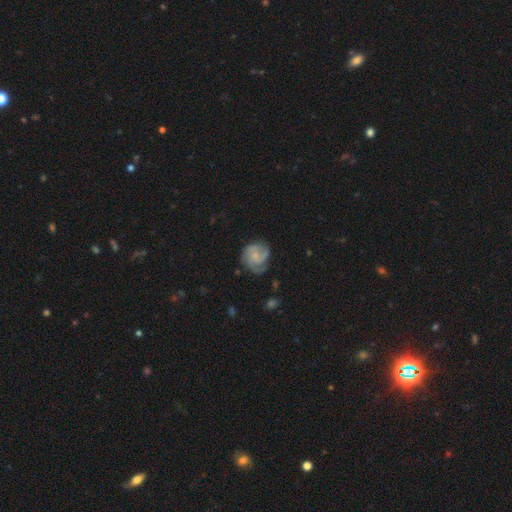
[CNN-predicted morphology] The model was most divided on "spiral winding": tight: 49%, medium: 40%, loose: 11%. More confident: edge-on disk — no (98%); spiral arms — yes (96%); smooth or featured — featured or disk (78%); bar — no (70%); merging — none (70%); bulge size — small (56%); spiral arm count — 3 (51%).